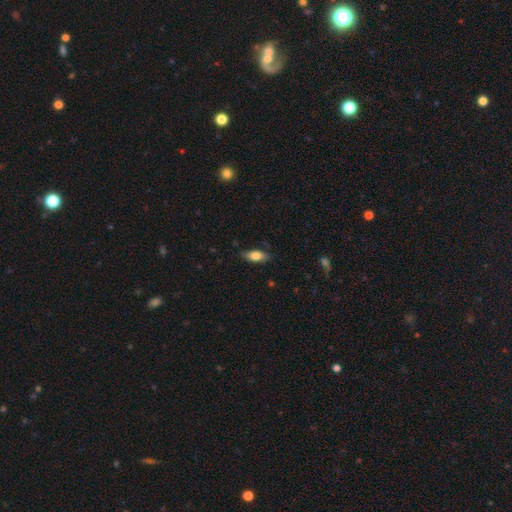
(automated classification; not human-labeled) This is likely a smooth galaxy (77%). How rounded: clearly in between (81%). Merging: clearly none (80%).